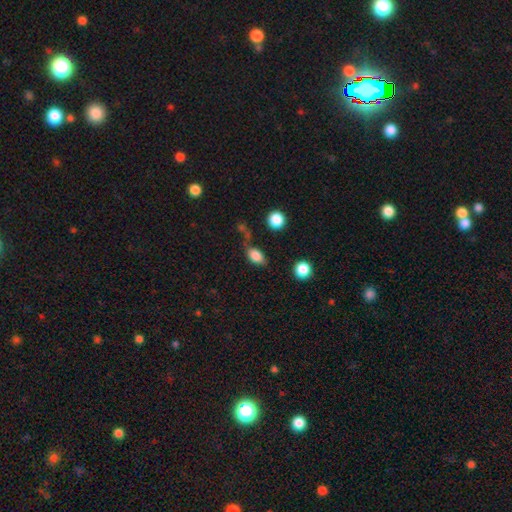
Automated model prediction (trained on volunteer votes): Overall: smooth (83%). How rounded: in between (82%). Merging: none (59%; minor disturbance 22%).